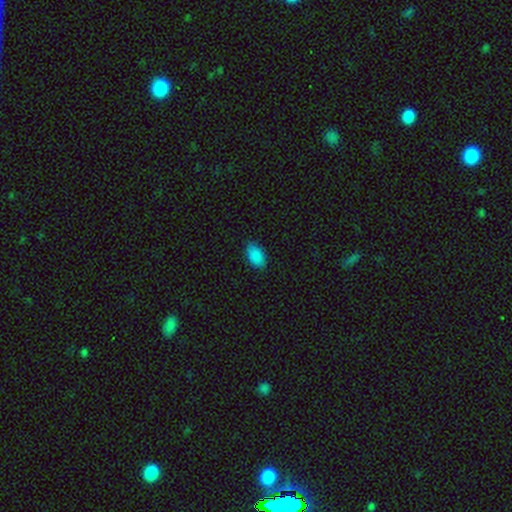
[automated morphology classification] This is clearly a smooth galaxy (88%). How rounded: clearly in between (93%). Merging: clearly none (84%).